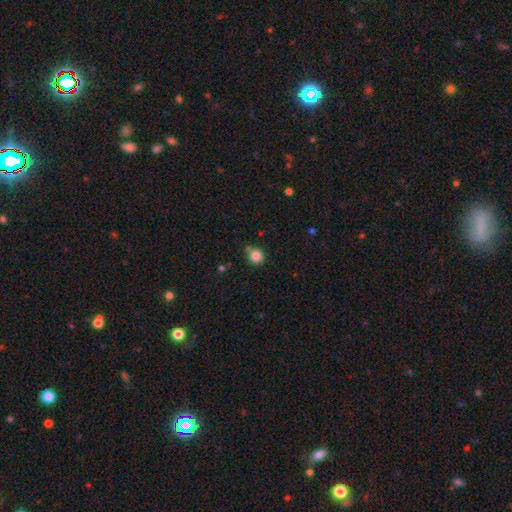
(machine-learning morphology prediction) Smooth or featured? Predicted: smooth (p=0.84). How rounded? Predicted: round (p=0.82). Merging? Predicted: none (p=0.75).